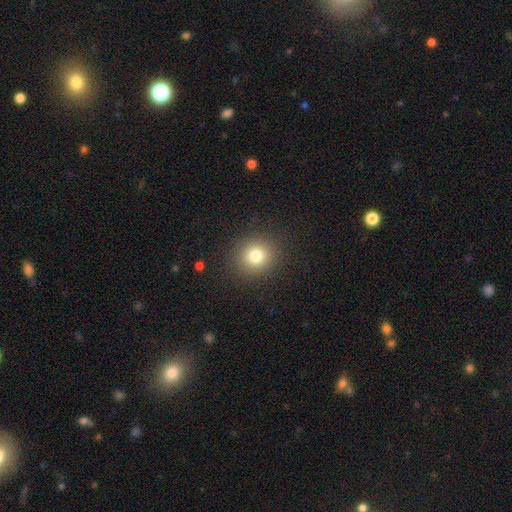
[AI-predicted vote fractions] Smooth or featured?
  - smooth: 79% *
  - star or artifact: 13%
  - featured or disk: 8%
How rounded?
  - round: 87% *
  - in between: 12%
  - cigar-shaped: 1%
Merging?
  - none: 89% *
  - minor disturbance: 7%
  - major disturbance: 3%
  - merger: 1%